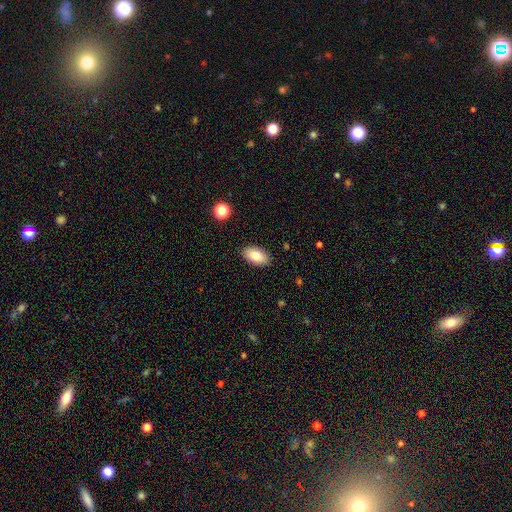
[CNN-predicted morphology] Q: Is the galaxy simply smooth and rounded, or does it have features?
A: smooth — 81%.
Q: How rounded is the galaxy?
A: in between — 94%.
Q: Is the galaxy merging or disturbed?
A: none — 88%.